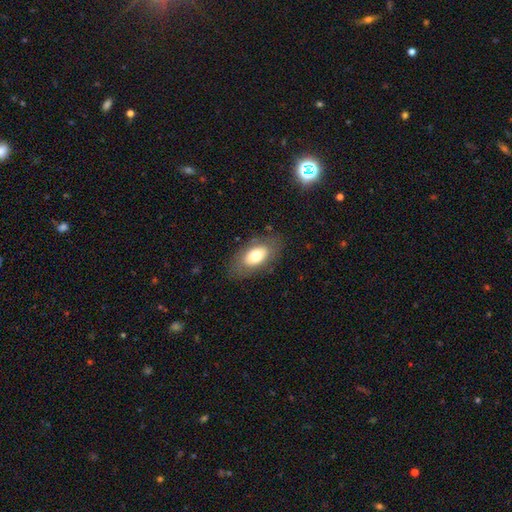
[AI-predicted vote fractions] Smooth or featured? smooth (68%)
How rounded? in between (92%)
Merging? none (80%)